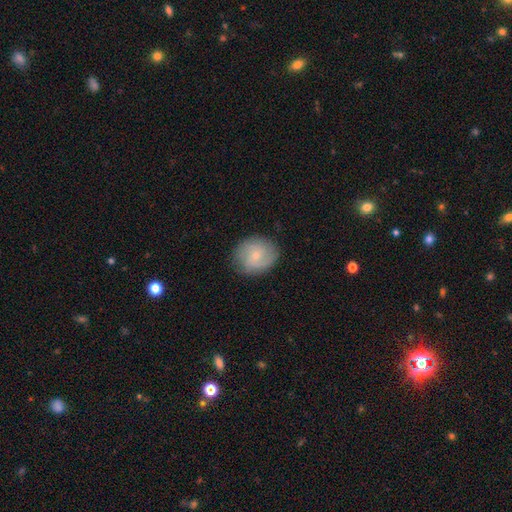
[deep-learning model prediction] Smooth or featured? featured or disk (51%)
Edge-on disk? no (97%)
Merging? none (83%)